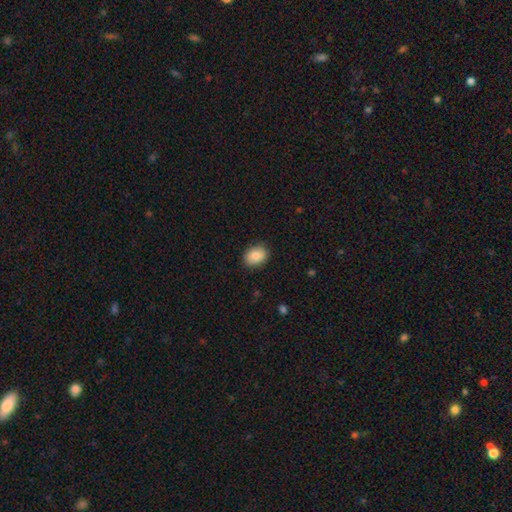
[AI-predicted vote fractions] A smooth galaxy with no disk features (87%) that is in between round and cigar-shaped (71%).

Vote fractions:
- Smooth or featured? smooth: 87% / star or artifact: 7% / featured or disk: 6%
- How rounded? in between: 71% / round: 28% / cigar-shaped: 1%
- Merging? none: 87% / minor disturbance: 10% / major disturbance: 2% / merger: 1%